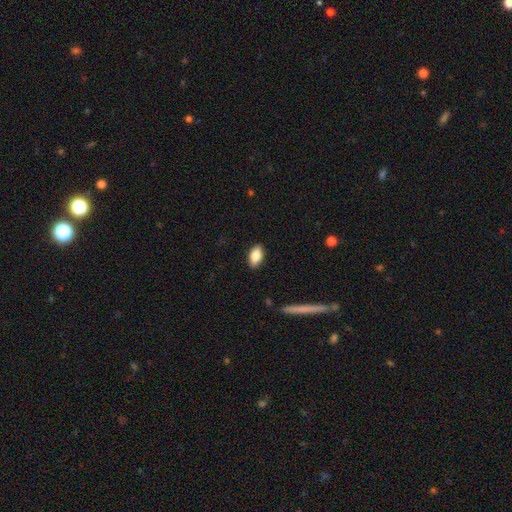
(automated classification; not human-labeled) This is clearly a smooth galaxy (81%). How rounded: clearly in between (89%). Merging: clearly none (88%).